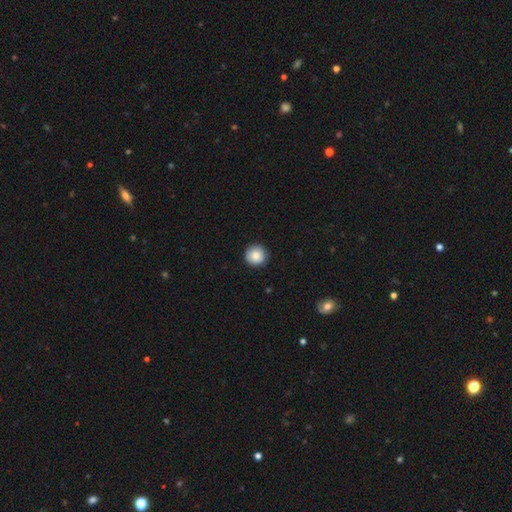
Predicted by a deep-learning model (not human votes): smooth 84%, star or artifact 8%, featured or disk 7%. Down the decision tree: how rounded — round (96%); merging — none (90%).